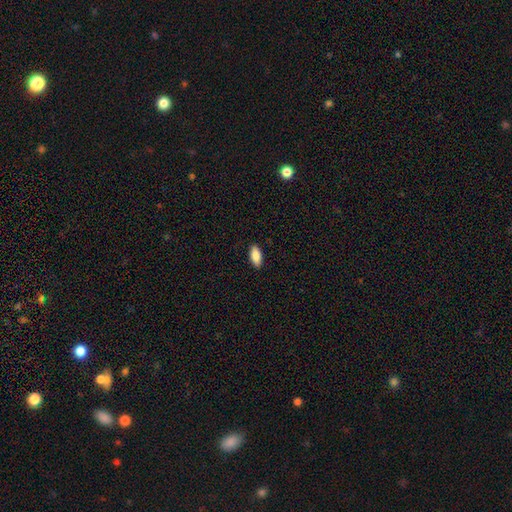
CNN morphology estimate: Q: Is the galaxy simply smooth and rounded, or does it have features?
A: smooth — 88%.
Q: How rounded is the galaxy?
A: in between — 84%.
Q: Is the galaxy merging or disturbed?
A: none — 89%.